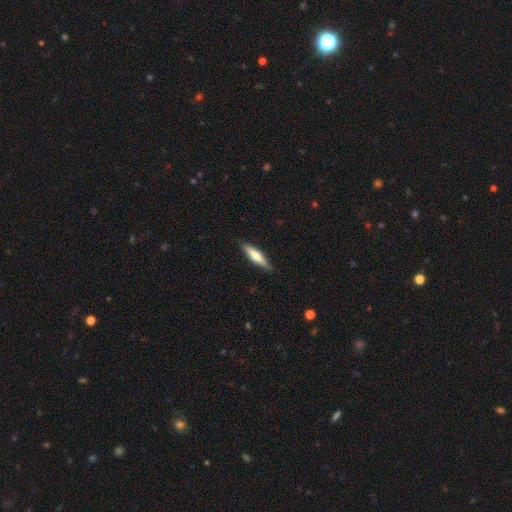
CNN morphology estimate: type=smooth (62%); roundness=cigar-shaped (75%); merging=none (88%).